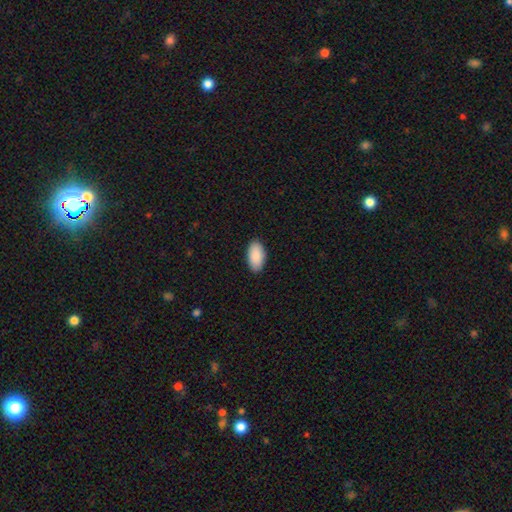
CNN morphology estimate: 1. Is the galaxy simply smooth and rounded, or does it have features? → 91% smooth, 6% star or artifact, 3% featured or disk.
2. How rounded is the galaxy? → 95% in between, 3% cigar-shaped, 2% round.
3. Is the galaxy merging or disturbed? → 89% none, 9% minor disturbance, 2% major disturbance, 1% merger.